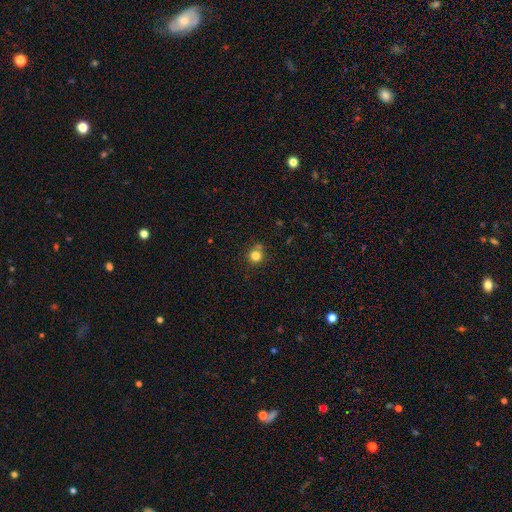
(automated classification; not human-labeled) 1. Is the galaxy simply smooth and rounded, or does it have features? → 80% smooth, 13% star or artifact, 6% featured or disk.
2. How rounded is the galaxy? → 92% round, 7% in between, 1% cigar-shaped.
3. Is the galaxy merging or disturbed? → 74% none, 13% merger, 10% minor disturbance, 3% major disturbance.